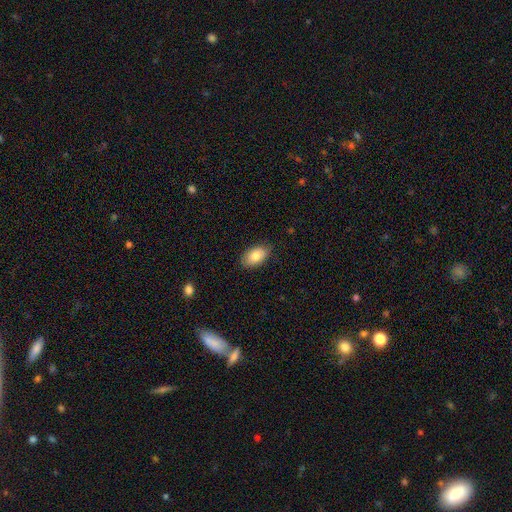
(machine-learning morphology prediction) This appears to be a smooth galaxy with no disk features (82%) that is in between round and cigar-shaped (92%). Merging: none (83%).